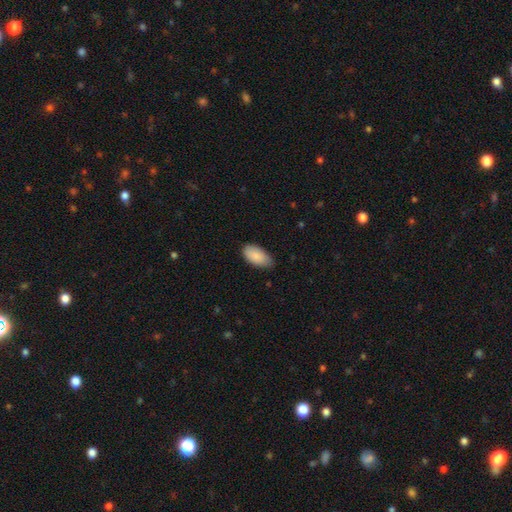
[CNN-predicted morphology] smooth-or-featured: smooth: 88% | star or artifact: 6% | featured or disk: 6%
  how-rounded: in between: 95% | cigar-shaped: 3% | round: 2%
  merging: none: 71% | minor disturbance: 25% | major disturbance: 3% | merger: 1%